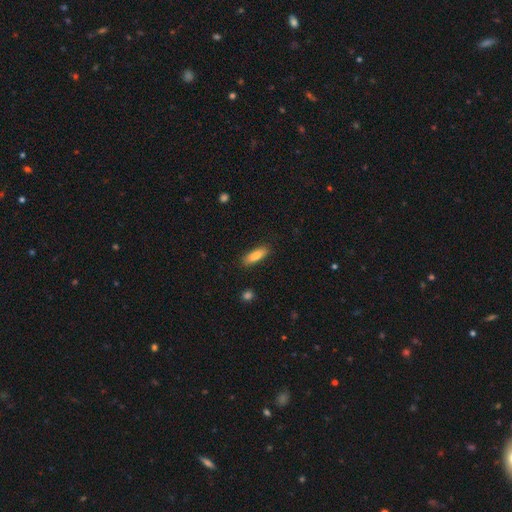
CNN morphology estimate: A smooth galaxy with no disk features (82%) that is in between round and cigar-shaped (58%).

Vote fractions:
- Smooth or featured? smooth: 82% / featured or disk: 12% / star or artifact: 6%
- How rounded? in between: 58% / cigar-shaped: 40% / round: 2%
- Merging? none: 87% / minor disturbance: 10% / major disturbance: 2% / merger: 1%